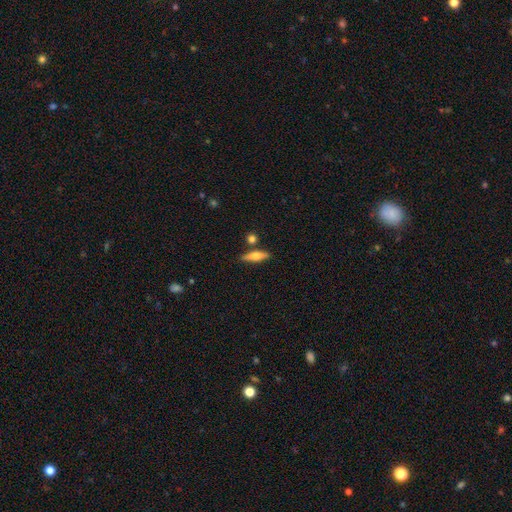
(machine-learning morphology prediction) A smooth galaxy with no disk features (58%) that is cigar-shaped (60%). Merging: none (78%).